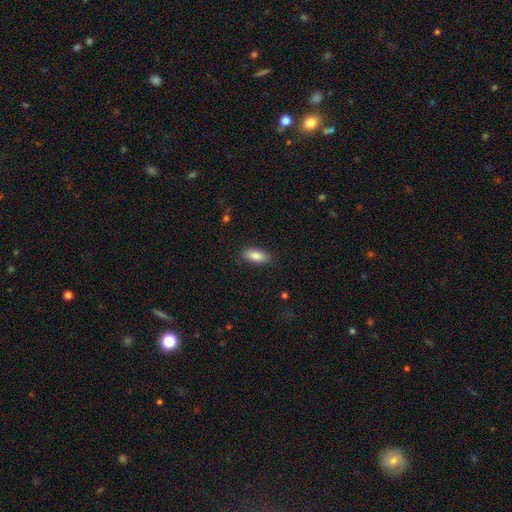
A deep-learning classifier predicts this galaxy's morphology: Smooth or featured? smooth (87%)
How rounded? in between (86%)
Merging? none (87%)